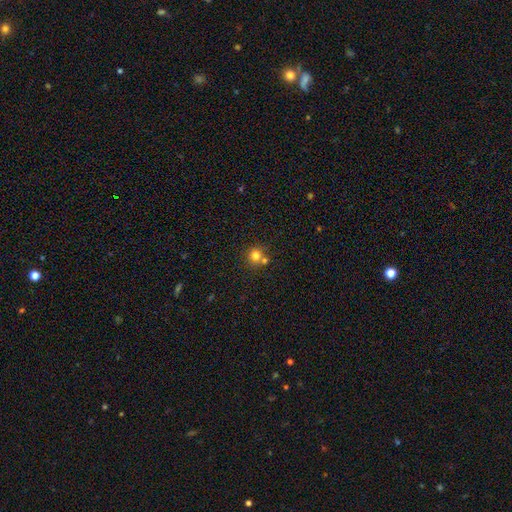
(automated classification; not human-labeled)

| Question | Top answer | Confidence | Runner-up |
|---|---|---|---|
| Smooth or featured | smooth | 78% | star or artifact (13%) |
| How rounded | round | 90% | in between (9%) |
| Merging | none | 63% | merger (27%) |